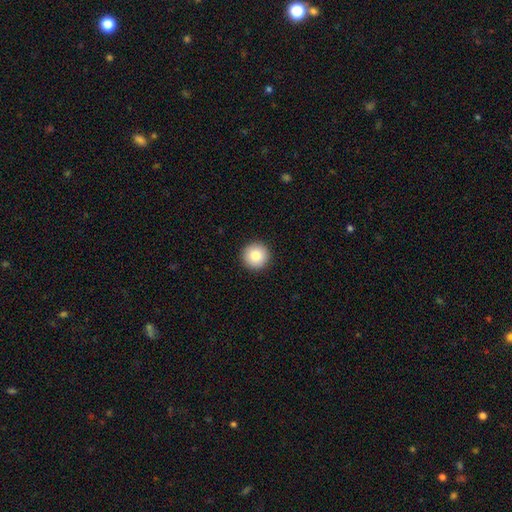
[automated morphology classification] Overall: smooth (86%). How rounded: round (96%). Merging: none (93%).